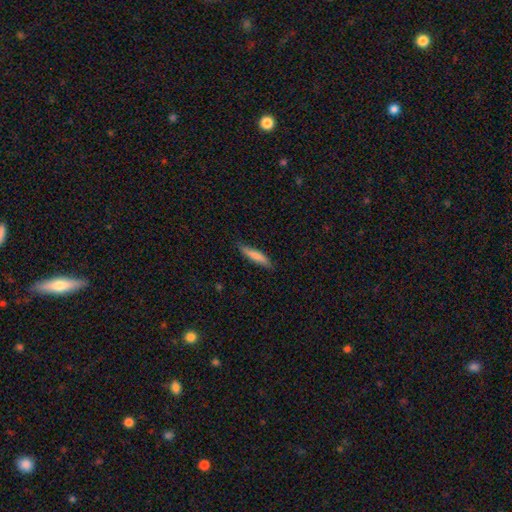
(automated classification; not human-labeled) A smooth galaxy with no disk features (77%) that is cigar-shaped (86%). Merging: none (83%).